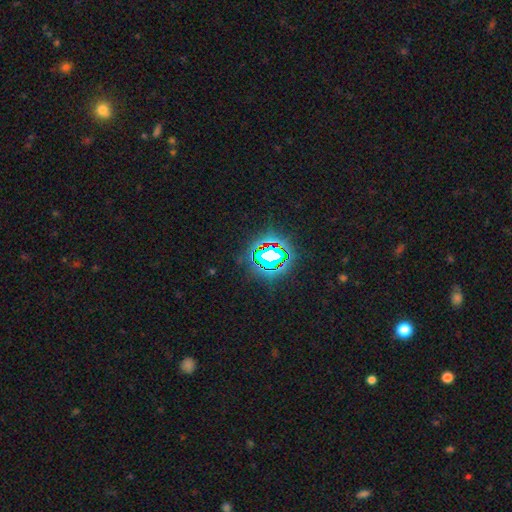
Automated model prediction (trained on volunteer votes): Q: Smooth or featured?
A: star or artifact (81%); runner-up: smooth (12%)